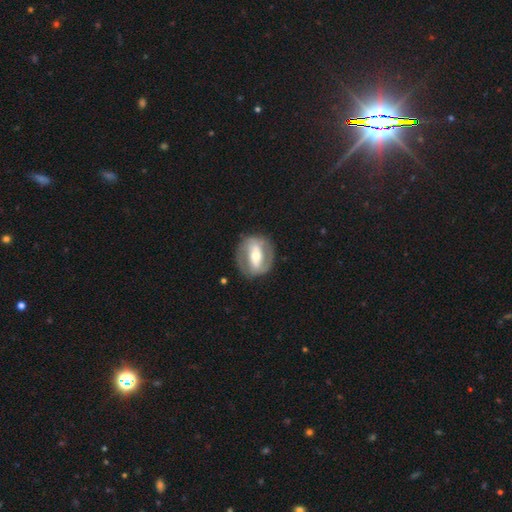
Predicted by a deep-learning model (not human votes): Smooth or featured? featured or disk (68%)
Edge-on disk? no (93%)
Bar? strong (55%)
Spiral arms? yes (51%)
Bulge size? moderate (61%)
Merging? none (80%)